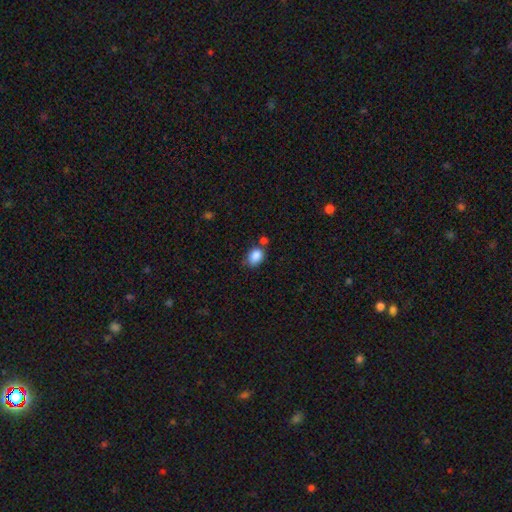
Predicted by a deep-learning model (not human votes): smooth-or-featured: smooth: 87% | star or artifact: 9% | featured or disk: 4%
  how-rounded: in between: 71% | round: 28% | cigar-shaped: 1%
  merging: none: 62% | minor disturbance: 21% | merger: 12% | major disturbance: 5%